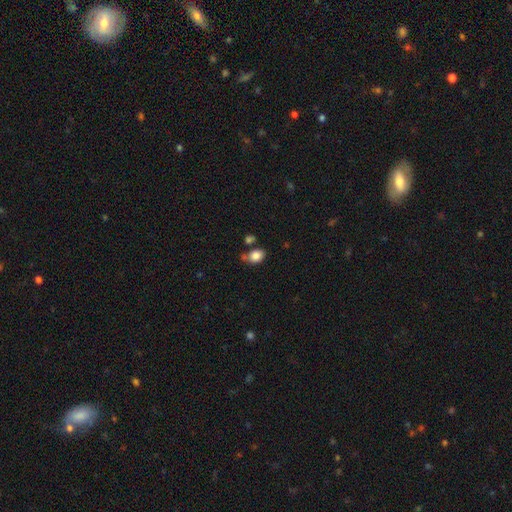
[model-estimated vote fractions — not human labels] This appears to be a smooth galaxy with no disk features (85%) that is in between round and cigar-shaped (66%). Merging: none (61%).